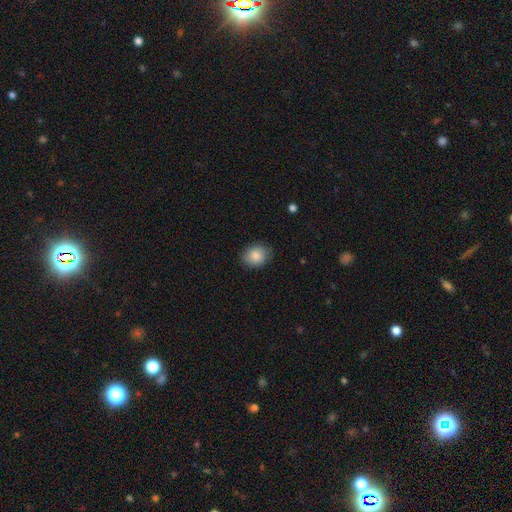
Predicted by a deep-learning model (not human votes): smooth_or_featured: smooth (p=0.85) [alt: star or artifact p=0.08]
how_rounded: round (p=0.55) [alt: in between p=0.44]
merging: none (p=0.83) [alt: minor disturbance p=0.13]